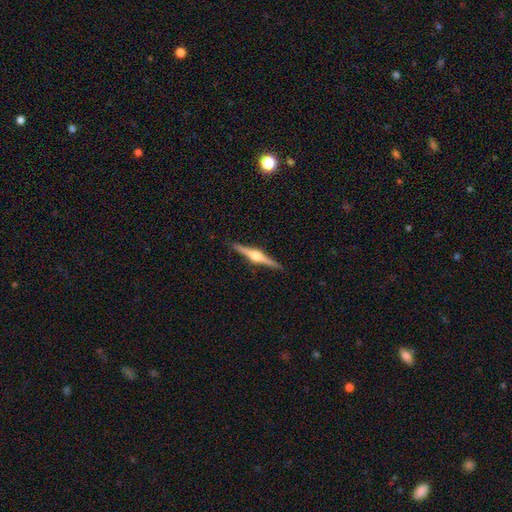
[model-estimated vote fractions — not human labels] featured or disk 84%, smooth 11%, star or artifact 5%. Down the decision tree: edge-on disk — yes (99%); edge-on bulge — rounded (94%); merging — none (92%).